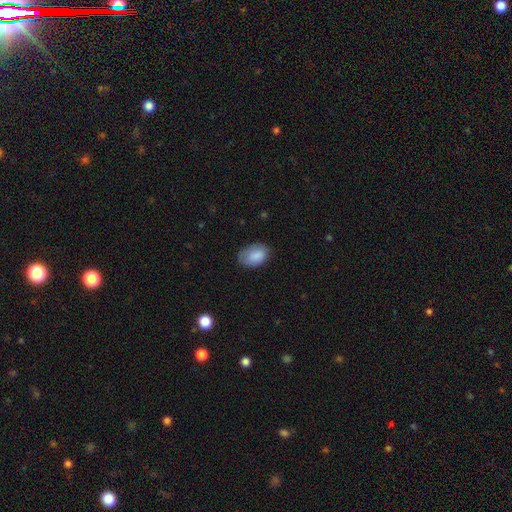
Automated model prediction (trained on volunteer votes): Overall: smooth (85%). How rounded: in between (86%). Merging: none (68%).